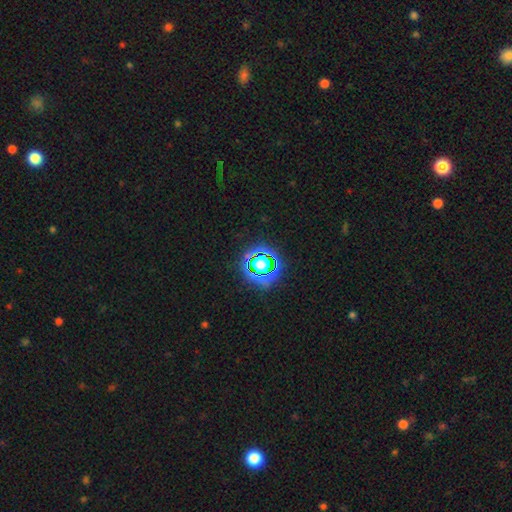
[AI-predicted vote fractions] This appears to be a star or artifact, not a galaxy (75%).